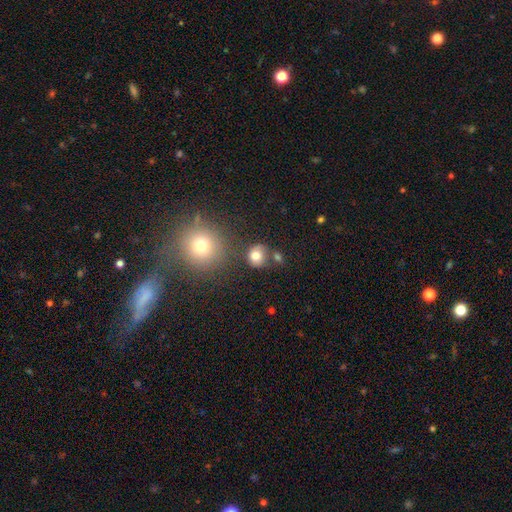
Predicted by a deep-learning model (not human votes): A smooth galaxy with no disk features (78%) that is round (84%). Merging: none (69%).